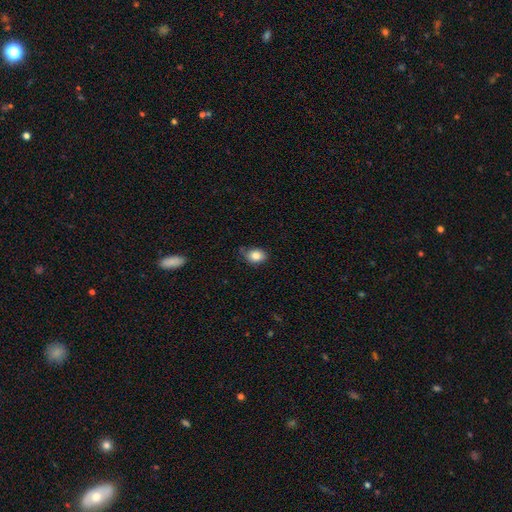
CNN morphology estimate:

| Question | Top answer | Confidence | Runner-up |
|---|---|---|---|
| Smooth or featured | smooth | 84% | star or artifact (8%) |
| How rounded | in between | 64% | round (35%) |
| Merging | none | 61% | minor disturbance (30%) |